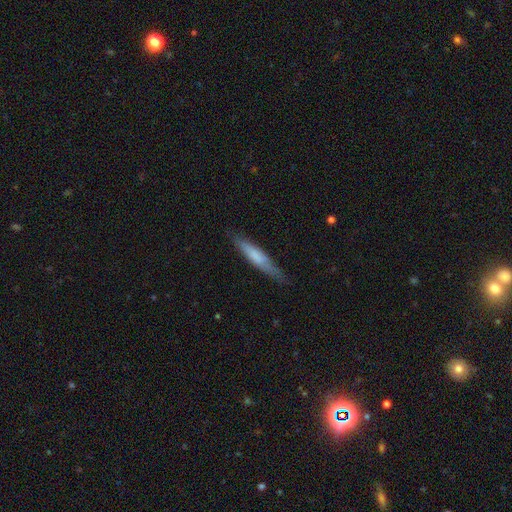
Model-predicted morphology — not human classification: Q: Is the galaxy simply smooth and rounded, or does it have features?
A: smooth — 63%.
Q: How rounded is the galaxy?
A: cigar-shaped — 90%.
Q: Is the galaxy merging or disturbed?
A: none — 78%.